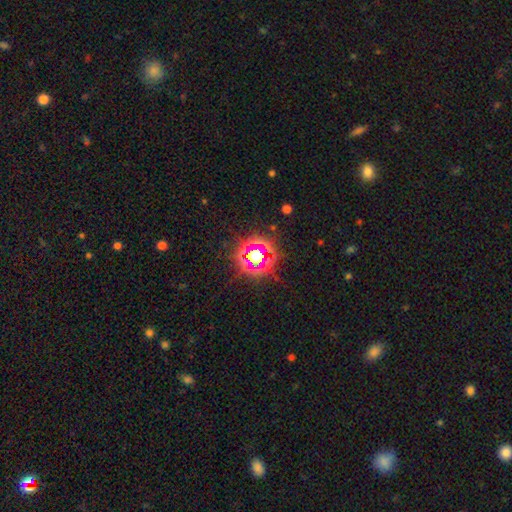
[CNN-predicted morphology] Smooth or featured?
  - star or artifact: 71% *
  - smooth: 17%
  - featured or disk: 12%